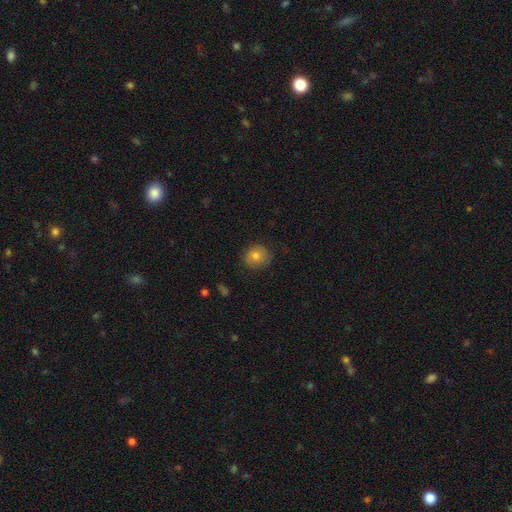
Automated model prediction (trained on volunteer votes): This appears to be a smooth galaxy with no disk features (76%) that is round (86%). Merging: none (83%).